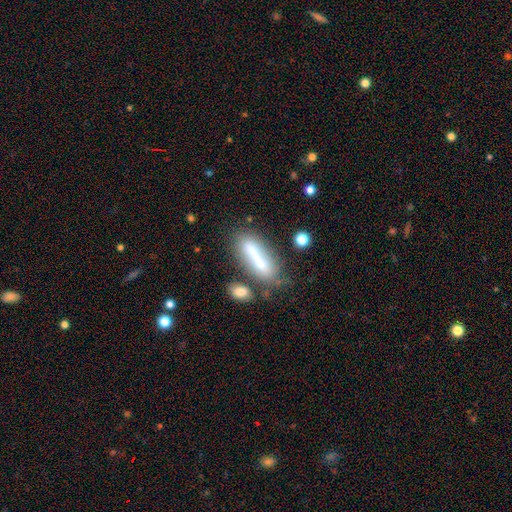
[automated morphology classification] Smooth or featured? smooth (66%)
How rounded? cigar-shaped (64%)
Merging? none (54%)